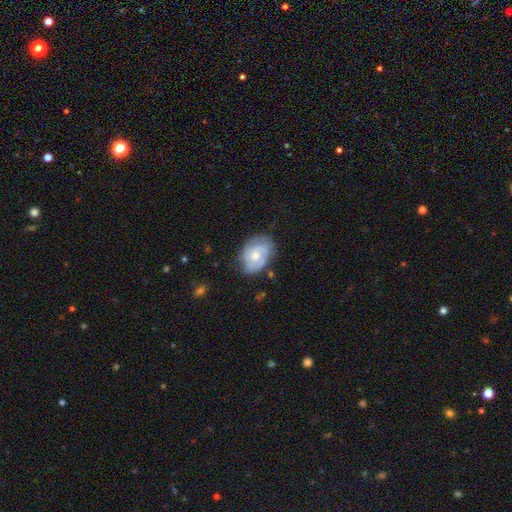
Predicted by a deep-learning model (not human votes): Smooth or featured: featured or disk — 70% (smooth — 24%)
Edge-on disk: no — 97% (yes — 3%)
Bar: no — 70% (weak — 27%)
Spiral arms: yes — 88% (no — 12%)
Spiral winding: tight — 50% (medium — 38%)
Spiral arm count: 2 — 53% (can't tell — 23%)
Bulge size: moderate — 61% (small — 32%)
Merging: none — 66% (minor disturbance — 25%)